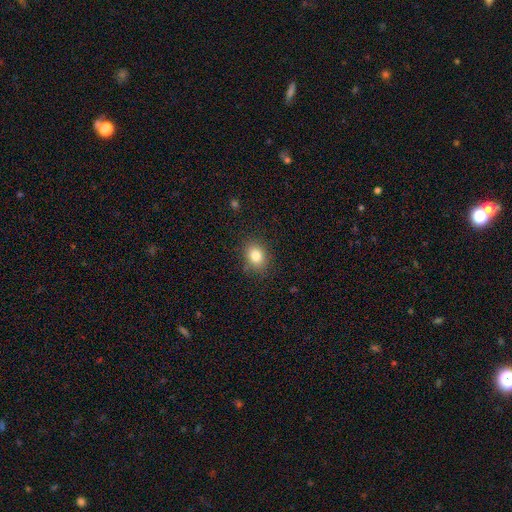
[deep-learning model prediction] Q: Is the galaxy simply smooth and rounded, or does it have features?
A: smooth — 82%.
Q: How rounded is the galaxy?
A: in between — 53%.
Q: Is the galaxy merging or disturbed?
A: none — 85%.